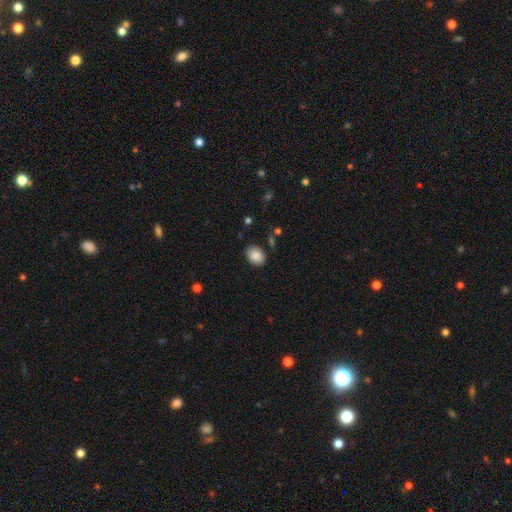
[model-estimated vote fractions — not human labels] smooth 87%, star or artifact 8%, featured or disk 5%. Down the decision tree: how rounded — in between (67%); merging — none (85%).